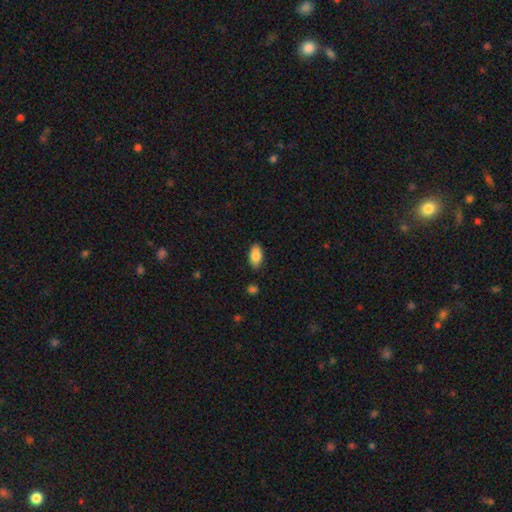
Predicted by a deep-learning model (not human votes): Q: Smooth or featured?
A: smooth (86%); runner-up: featured or disk (7%)
Q: How rounded?
A: in between (92%); runner-up: cigar-shaped (5%)
Q: Merging?
A: none (87%); runner-up: minor disturbance (10%)